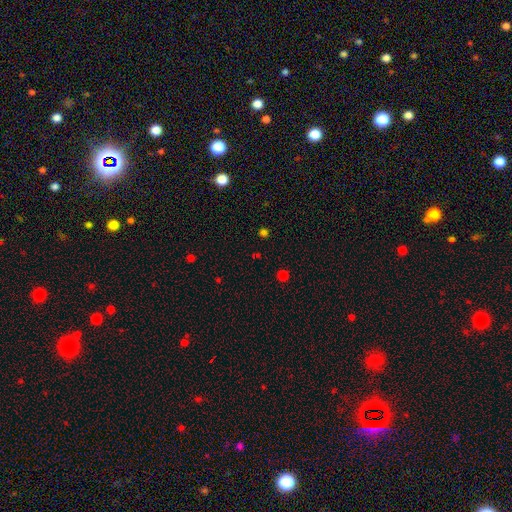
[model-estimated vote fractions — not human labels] smooth-or-featured: smooth: 49% | star or artifact: 46% | featured or disk: 5%
  merging: none: 87% | minor disturbance: 7% | major disturbance: 3% | merger: 3%